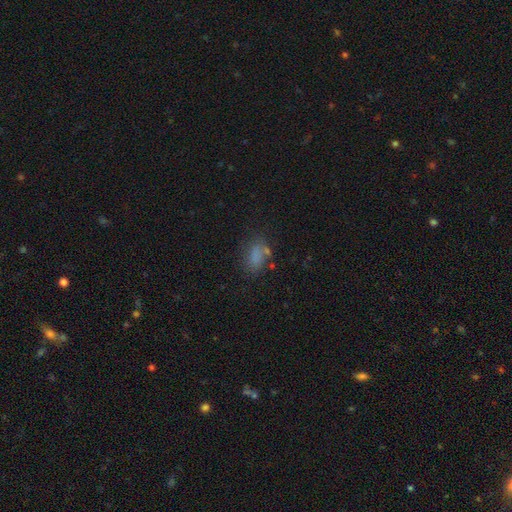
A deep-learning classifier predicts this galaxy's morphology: Smooth or featured?
  - smooth: 75% *
  - star or artifact: 14%
  - featured or disk: 12%
How rounded?
  - in between: 85% *
  - round: 10%
  - cigar-shaped: 5%
Merging?
  - none: 60% *
  - minor disturbance: 20%
  - major disturbance: 11%
  - merger: 10%